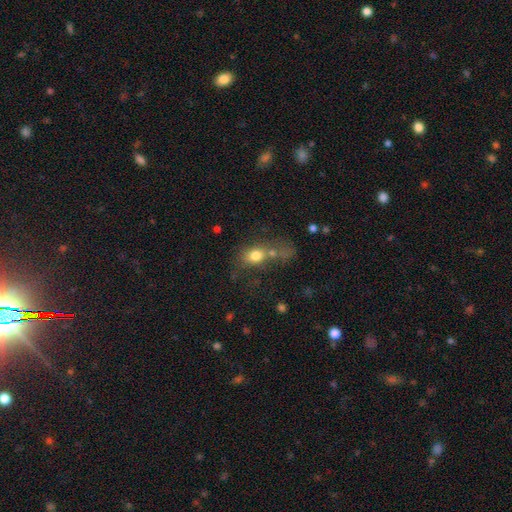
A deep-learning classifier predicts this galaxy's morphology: smooth-or-featured: smooth: 74% | featured or disk: 14% | star or artifact: 12%
  how-rounded: in between: 58% | round: 39% | cigar-shaped: 3%
  merging: merger: 36% | none: 31% | major disturbance: 18% | minor disturbance: 15%